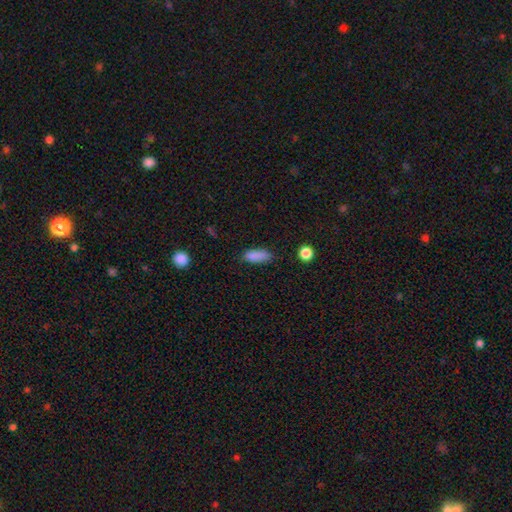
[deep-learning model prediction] This is clearly a smooth galaxy (86%). How rounded: likely in between (72%). Merging: likely none (72%).